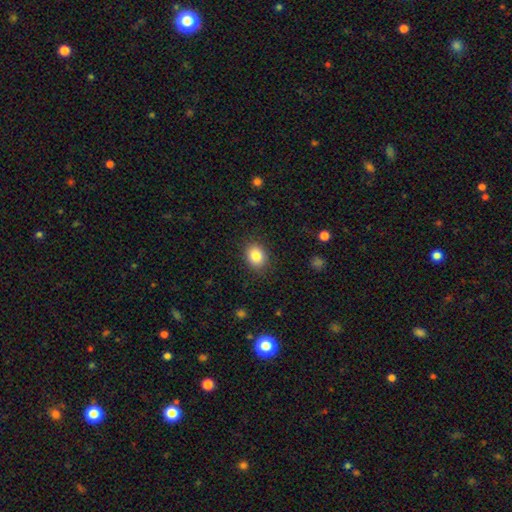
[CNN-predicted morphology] smooth_or_featured: smooth (p=0.85) [alt: star or artifact p=0.09]
how_rounded: round (p=0.52) [alt: in between p=0.47]
merging: none (p=0.87) [alt: minor disturbance p=0.09]